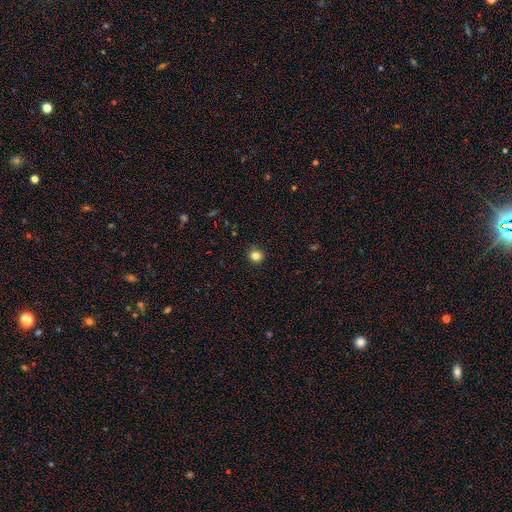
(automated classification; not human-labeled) Smooth or featured: smooth — 82% (star or artifact — 13%)
How rounded: round — 91% (in between — 8%)
Merging: none — 88% (minor disturbance — 9%)